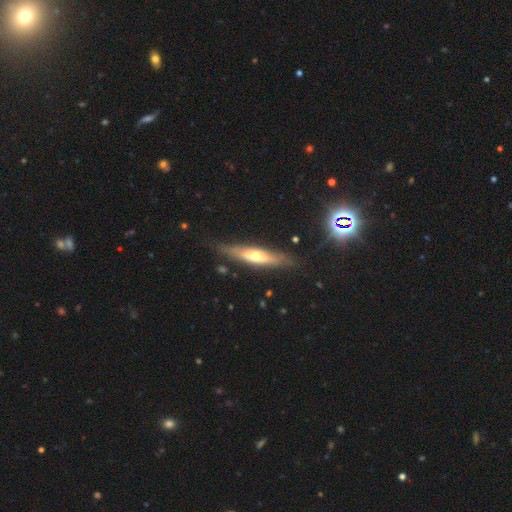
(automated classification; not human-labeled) Smooth or featured? Predicted: featured or disk (p=0.62). Edge-on disk? Predicted: yes (p=0.81). Edge-on bulge? Predicted: rounded (p=0.83). Merging? Predicted: none (p=0.79).